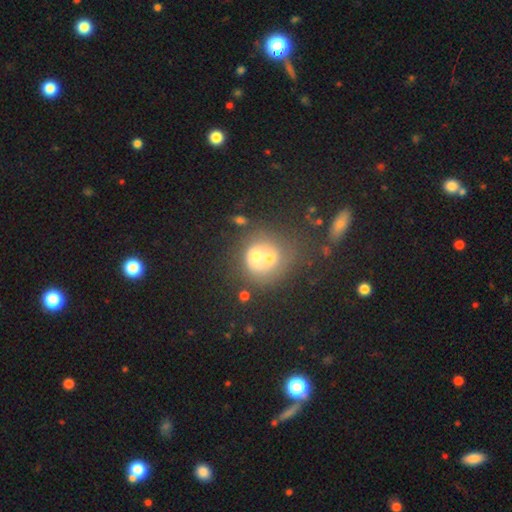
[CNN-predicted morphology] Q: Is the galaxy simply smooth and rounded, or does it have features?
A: smooth — 56%.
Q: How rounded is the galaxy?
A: round — 77%.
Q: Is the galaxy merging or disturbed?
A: merger — 62%.